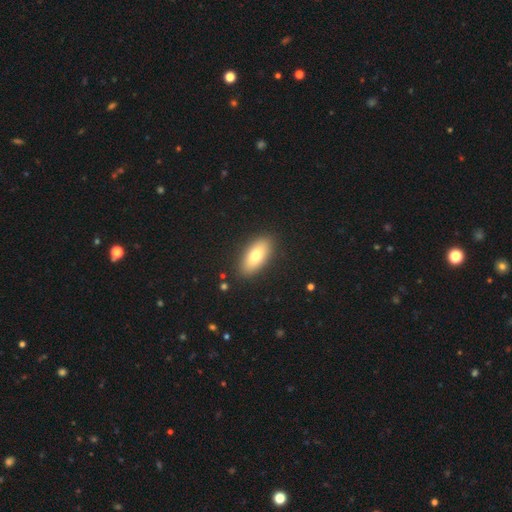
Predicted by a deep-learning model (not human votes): Q: Smooth or featured?
A: smooth (77%); runner-up: featured or disk (17%)
Q: How rounded?
A: in between (85%); runner-up: cigar-shaped (12%)
Q: Merging?
A: none (88%); runner-up: minor disturbance (8%)